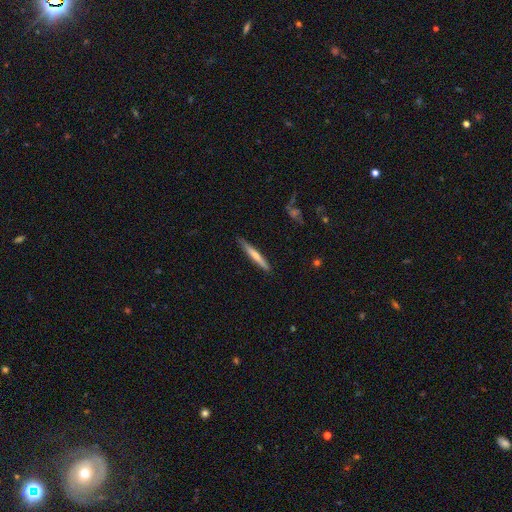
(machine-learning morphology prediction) A smooth galaxy with no disk features (59%) that is cigar-shaped (95%). Merging: none (87%).